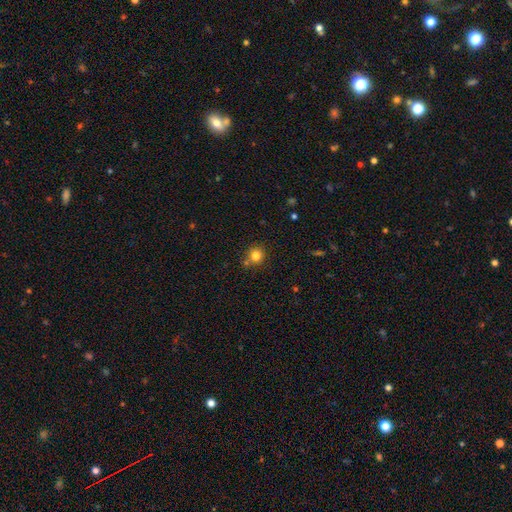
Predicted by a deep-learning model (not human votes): Smooth or featured? smooth (81%)
How rounded? round (87%)
Merging? none (74%)